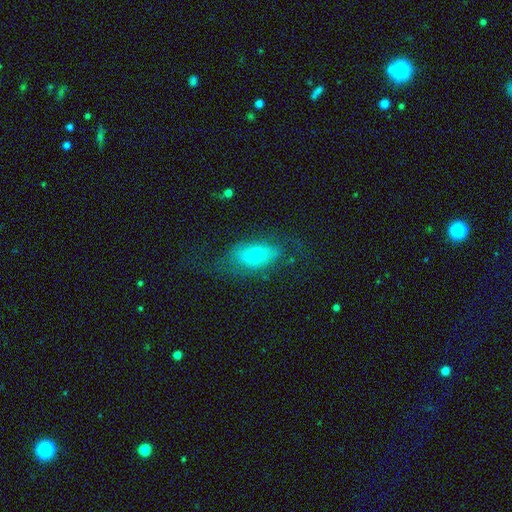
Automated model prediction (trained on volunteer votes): smooth_or_featured: smooth (p=0.52) [alt: featured or disk p=0.38]
how_rounded: in between (p=0.84) [alt: round p=0.09]
merging: none (p=0.54) [alt: minor disturbance p=0.23]